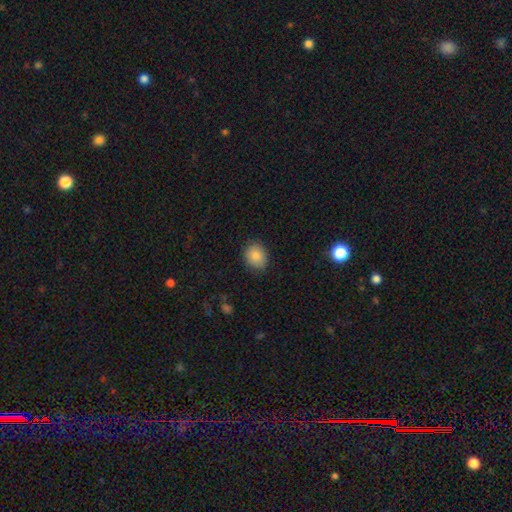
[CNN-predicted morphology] Smooth or featured: smooth — 85% (star or artifact — 9%)
How rounded: round — 55% (in between — 45%)
Merging: none — 84% (minor disturbance — 12%)